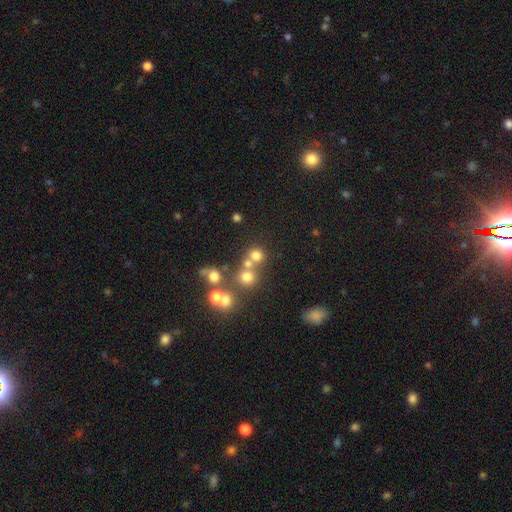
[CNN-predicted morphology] Q: Smooth or featured?
A: smooth (69%); runner-up: star or artifact (19%)
Q: How rounded?
A: round (88%); runner-up: in between (11%)
Q: Merging?
A: none (57%); runner-up: merger (32%)